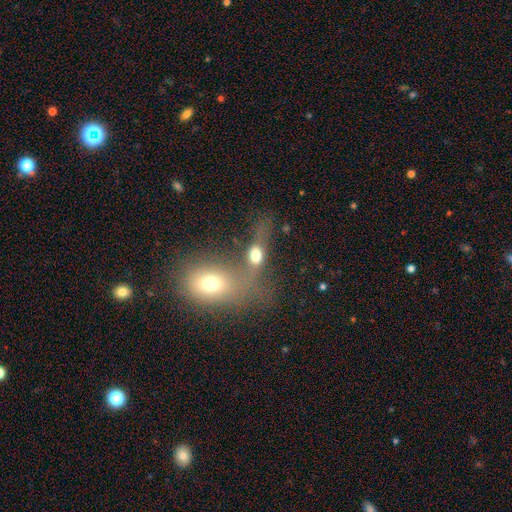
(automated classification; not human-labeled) smooth_or_featured: smooth (p=0.66) [alt: featured or disk p=0.21]
how_rounded: in between (p=0.70) [alt: round p=0.24]
merging: merger (p=0.56) [alt: none p=0.23]